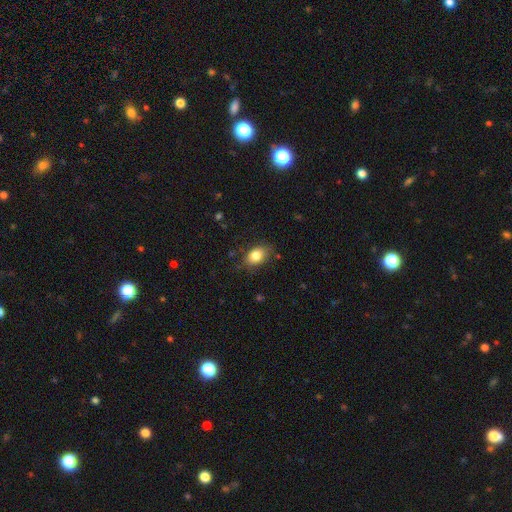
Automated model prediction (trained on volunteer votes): smooth_or_featured: smooth (p=0.82) [alt: featured or disk p=0.10]
how_rounded: in between (p=0.79) [alt: round p=0.20]
merging: none (p=0.78) [alt: minor disturbance p=0.16]